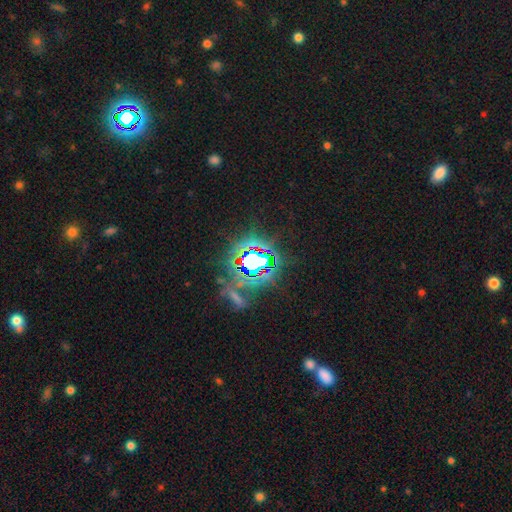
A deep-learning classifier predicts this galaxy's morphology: Overall: star or artifact (77%).